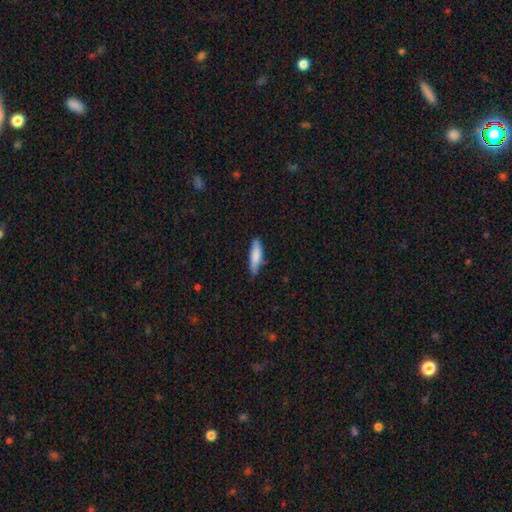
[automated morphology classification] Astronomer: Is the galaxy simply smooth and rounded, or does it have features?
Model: smooth — 80%.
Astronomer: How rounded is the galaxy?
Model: cigar-shaped — 67%.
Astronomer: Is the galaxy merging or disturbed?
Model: none — 72%.